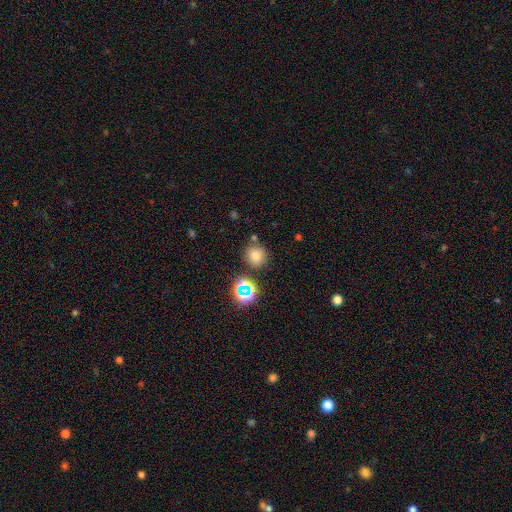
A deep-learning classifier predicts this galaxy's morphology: Smooth or featured? Predicted: smooth (p=0.73). How rounded? Predicted: round (p=0.88). Merging? Predicted: none (p=0.78).